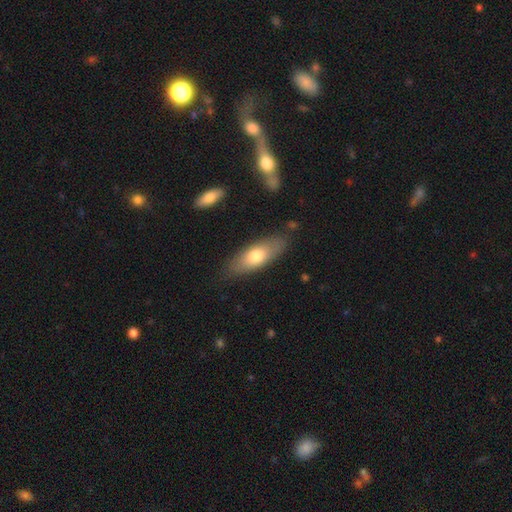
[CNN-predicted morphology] Smooth or featured? smooth (70%)
How rounded? in between (72%)
Merging? none (80%)